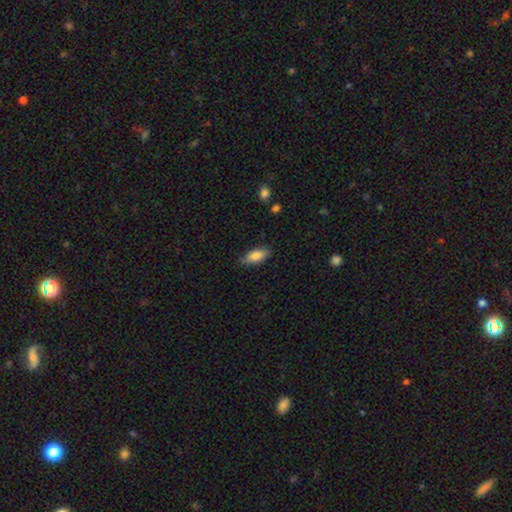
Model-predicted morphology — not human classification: Smooth or featured? smooth (82%)
How rounded? in between (81%)
Merging? none (79%)